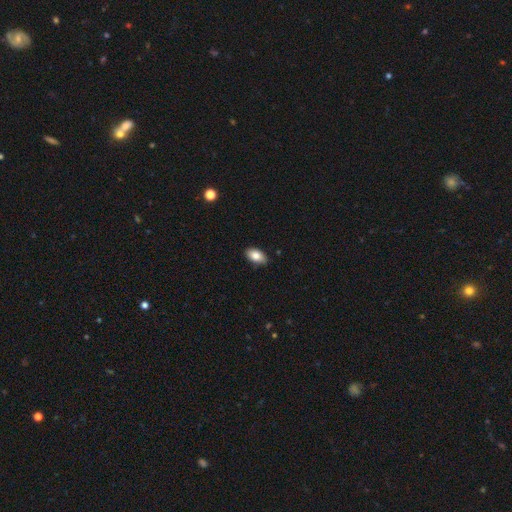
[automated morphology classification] A smooth galaxy with no disk features (83%) that is in between round and cigar-shaped (93%). Merging: none (87%).